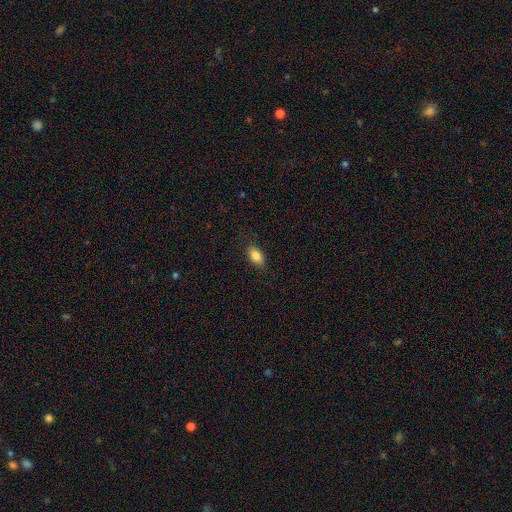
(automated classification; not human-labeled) smooth_or_featured: smooth (p=0.84) [alt: featured or disk p=0.08]
how_rounded: in between (p=0.91) [alt: round p=0.06]
merging: none (p=0.85) [alt: minor disturbance p=0.11]